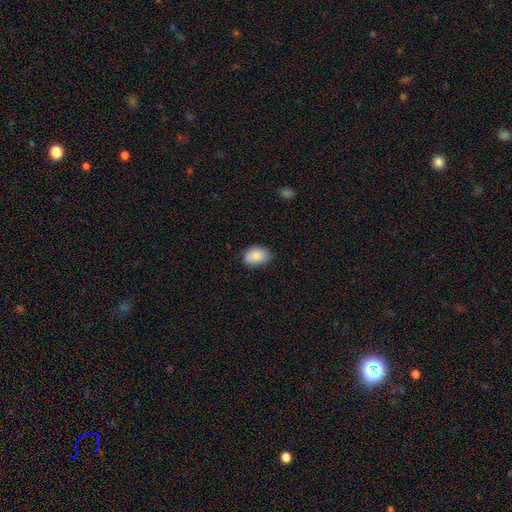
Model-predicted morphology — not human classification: type=smooth (87%); roundness=in between (81%); merging=none (73%).